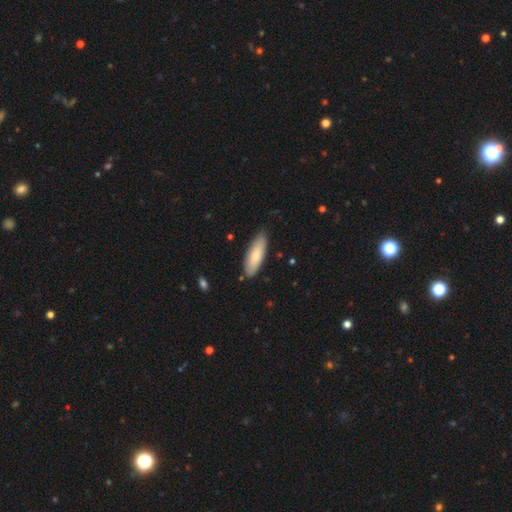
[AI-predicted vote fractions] A smooth galaxy with no disk features (79%) that is in between round and cigar-shaped (56%). Merging: none (83%).